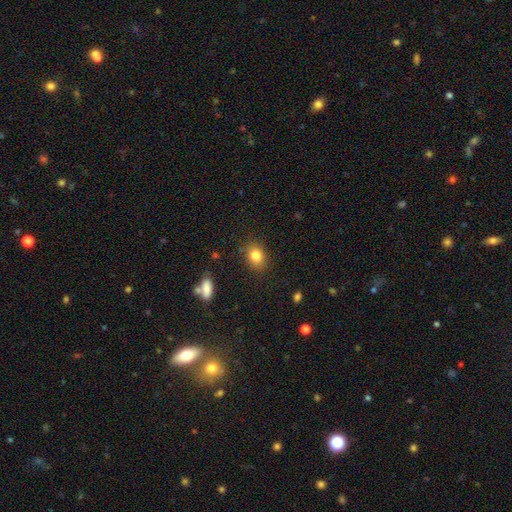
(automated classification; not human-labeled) The model was most divided on "how rounded": in between: 53%, round: 46%, cigar-shaped: 1%. More confident: merging — none (84%); smooth or featured — smooth (83%).